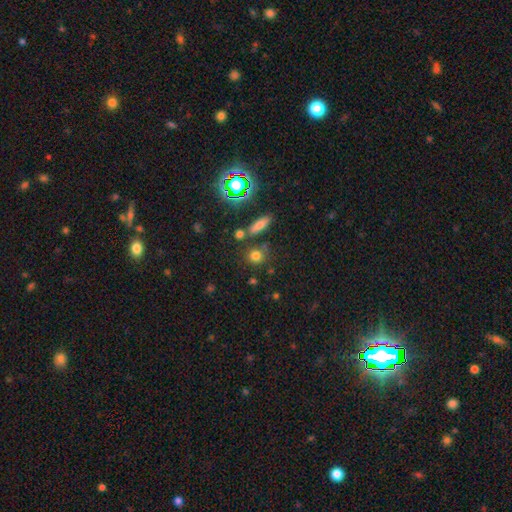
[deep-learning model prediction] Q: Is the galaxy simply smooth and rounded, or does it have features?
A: smooth — 73%.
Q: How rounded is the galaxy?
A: round — 80%.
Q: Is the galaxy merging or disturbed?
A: none — 74%.